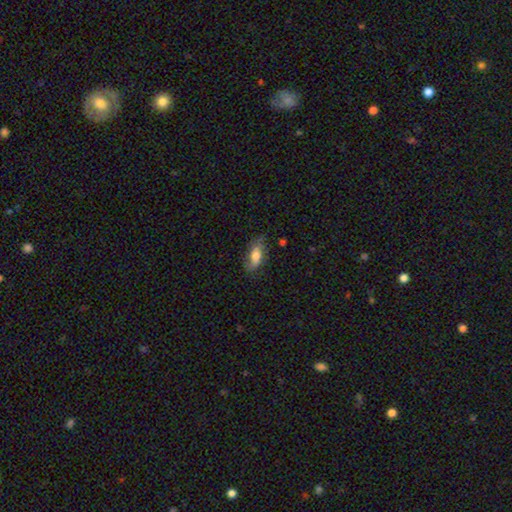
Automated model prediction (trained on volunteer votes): Smooth or featured? Predicted: smooth (p=0.58). How rounded? Predicted: in between (p=0.81). Merging? Predicted: none (p=0.67).